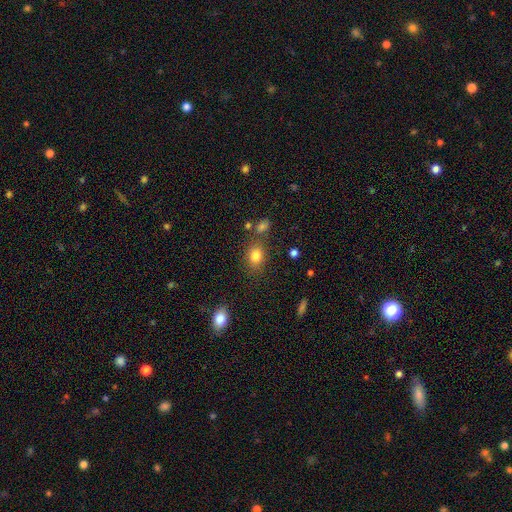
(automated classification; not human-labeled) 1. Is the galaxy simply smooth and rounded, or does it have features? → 82% smooth, 11% star or artifact, 7% featured or disk.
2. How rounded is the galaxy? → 53% in between, 45% round, 1% cigar-shaped.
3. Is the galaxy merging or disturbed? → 74% none, 14% minor disturbance, 8% merger, 5% major disturbance.